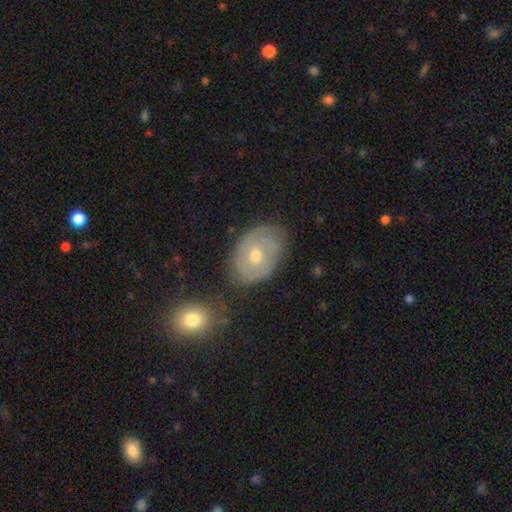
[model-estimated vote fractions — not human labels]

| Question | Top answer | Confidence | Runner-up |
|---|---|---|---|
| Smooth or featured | featured or disk | 64% | smooth (29%) |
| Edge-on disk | no | 95% | yes (5%) |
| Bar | no | 74% | weak (21%) |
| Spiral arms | yes | 71% | no (29%) |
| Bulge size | moderate | 59% | small (37%) |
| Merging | none | 67% | minor disturbance (22%) |